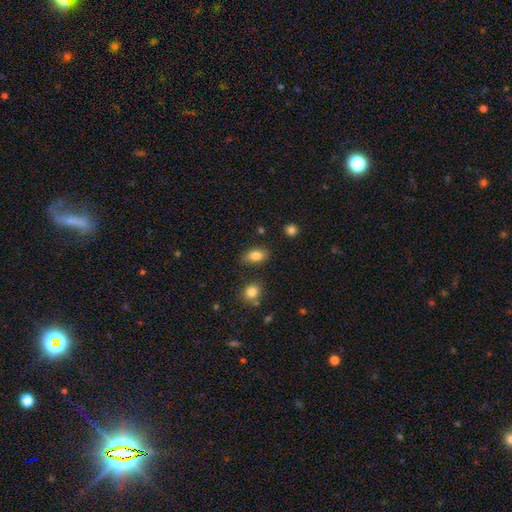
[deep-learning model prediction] Smooth or featured: smooth — 83% (star or artifact — 9%)
How rounded: in between — 87% (round — 10%)
Merging: none — 80% (minor disturbance — 14%)